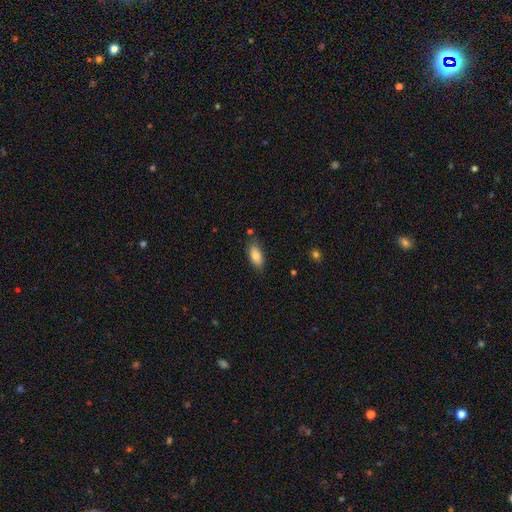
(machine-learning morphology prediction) This appears to be a smooth galaxy with no disk features (81%) that is in between round and cigar-shaped (88%). Merging: none (78%).